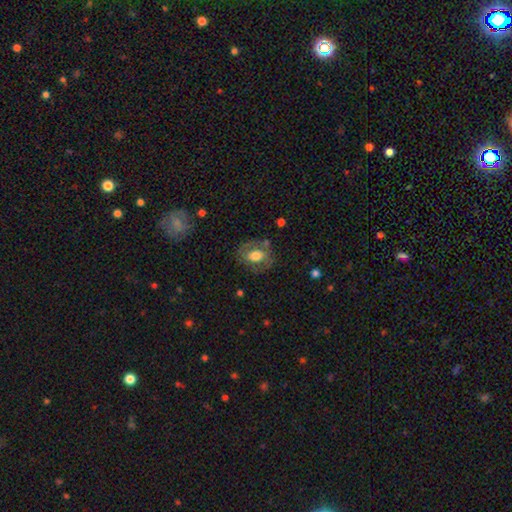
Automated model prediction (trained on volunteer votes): Smooth or featured: smooth — 49% (featured or disk — 44%)
Merging: none — 68% (minor disturbance — 19%)